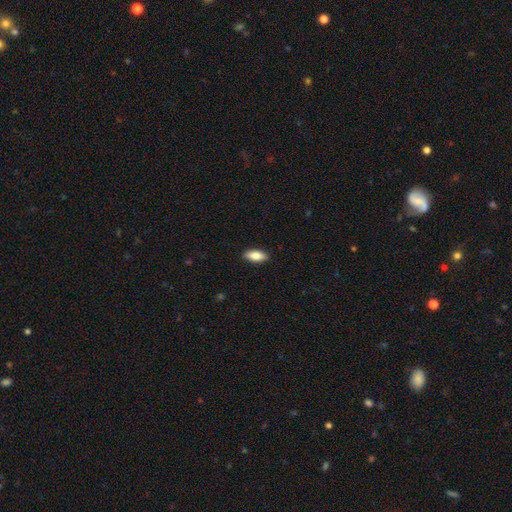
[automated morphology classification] smooth 83%, featured or disk 11%, star or artifact 6%. Down the decision tree: how rounded — in between (85%); merging — none (90%).